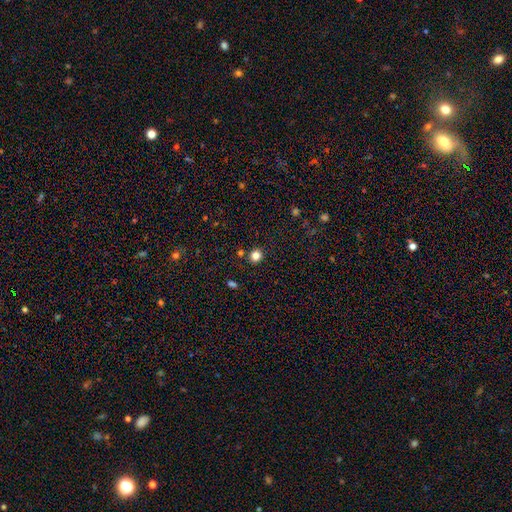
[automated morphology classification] smooth-or-featured: smooth: 81% | star or artifact: 14% | featured or disk: 5%
  how-rounded: round: 87% | in between: 12% | cigar-shaped: 1%
  merging: none: 88% | minor disturbance: 6% | merger: 4% | major disturbance: 2%